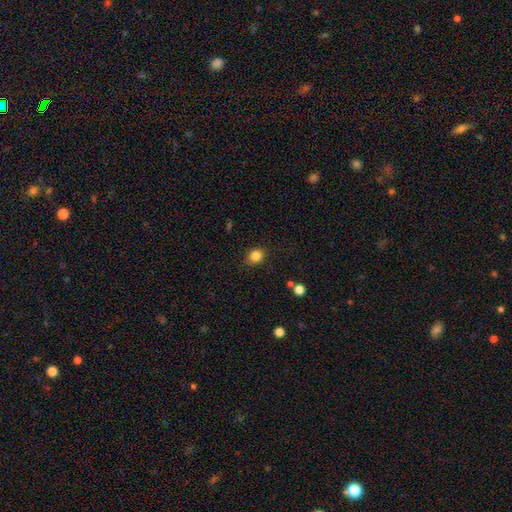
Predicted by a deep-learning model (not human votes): Overall: smooth (83%). How rounded: round (62%; in between 37%). Merging: none (84%).